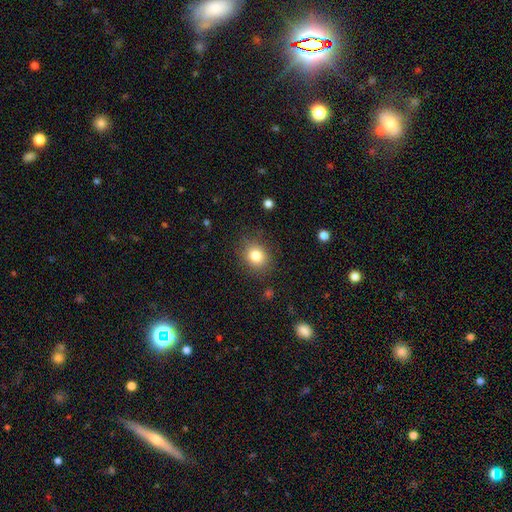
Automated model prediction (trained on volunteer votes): The model was most divided on "how rounded": round: 63%, in between: 36%, cigar-shaped: 1%. More confident: merging — none (84%); smooth or featured — smooth (82%).